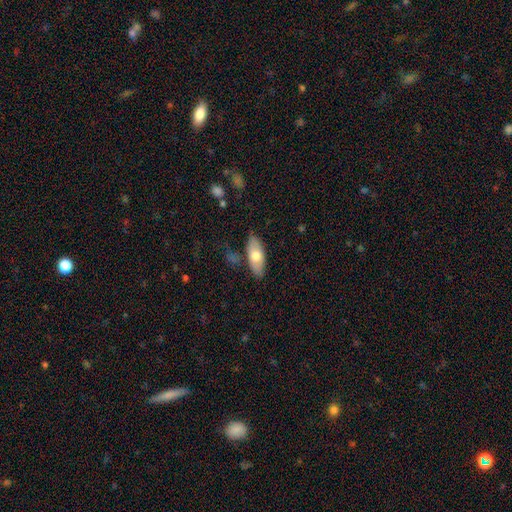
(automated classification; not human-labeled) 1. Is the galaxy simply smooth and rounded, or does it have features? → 67% smooth, 28% featured or disk, 6% star or artifact.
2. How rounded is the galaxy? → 82% in between, 16% cigar-shaped, 3% round.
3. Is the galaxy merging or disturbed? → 80% none, 13% minor disturbance, 4% merger, 3% major disturbance.